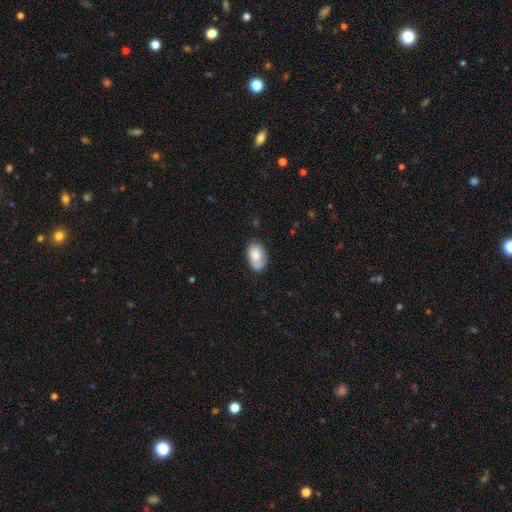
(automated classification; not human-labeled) This appears to be a smooth galaxy with no disk features (78%) that is in between round and cigar-shaped (91%). Merging: none (66%).